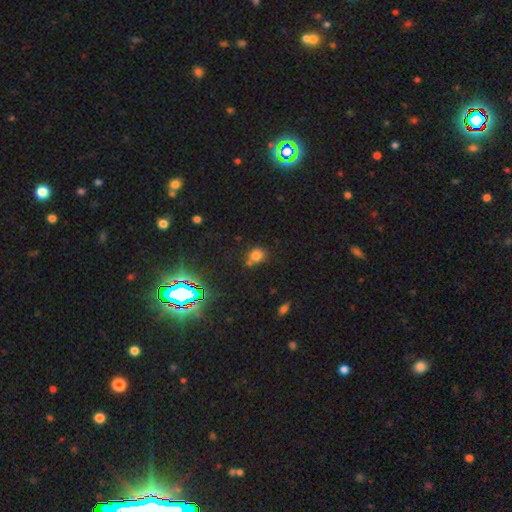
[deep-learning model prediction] This is likely a smooth galaxy (68%). How rounded: likely round (68%). Merging: possibly none (59%).